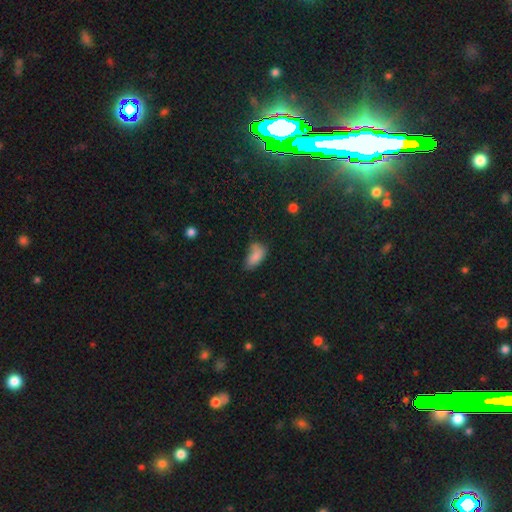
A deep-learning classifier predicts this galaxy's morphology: A smooth galaxy with no disk features (80%) that is in between round and cigar-shaped (90%). Merging: none (39%).